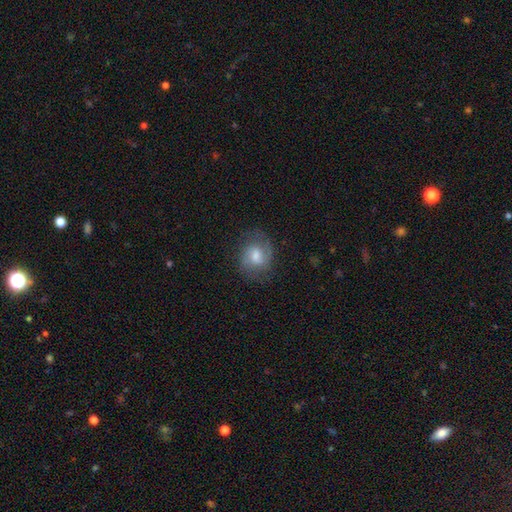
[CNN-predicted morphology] This appears to be a featured or disk galaxy (51%). Merging: none (73%).